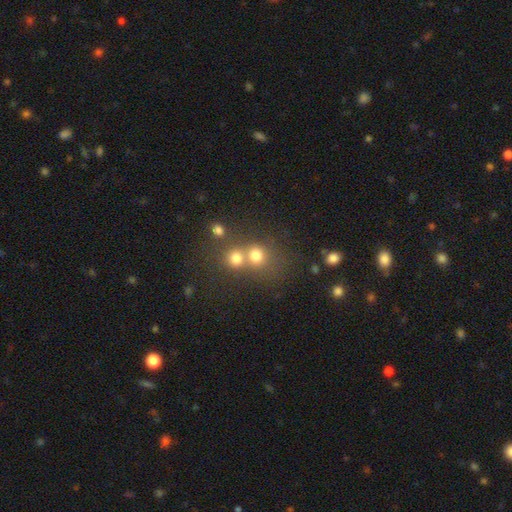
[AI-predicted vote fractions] A smooth galaxy with no disk features (73%) that is round (82%).

Vote fractions:
- Smooth or featured? smooth: 73% / star or artifact: 16% / featured or disk: 11%
- How rounded? round: 82% / in between: 17% / cigar-shaped: 1%
- Merging? merger: 51% / none: 39% / minor disturbance: 6% / major disturbance: 4%